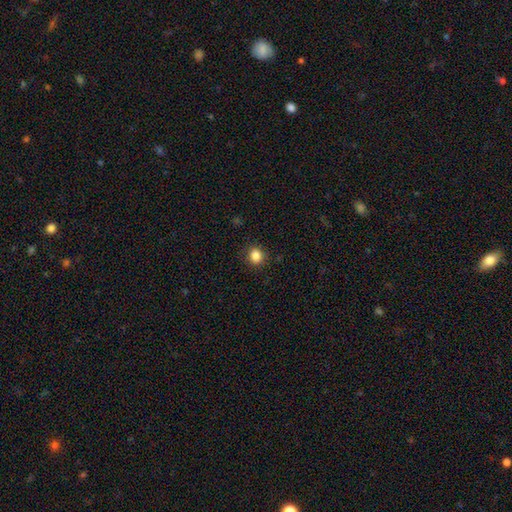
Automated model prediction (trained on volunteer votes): Smooth or featured? Predicted: smooth (p=0.85). How rounded? Predicted: round (p=0.78). Merging? Predicted: none (p=0.89).